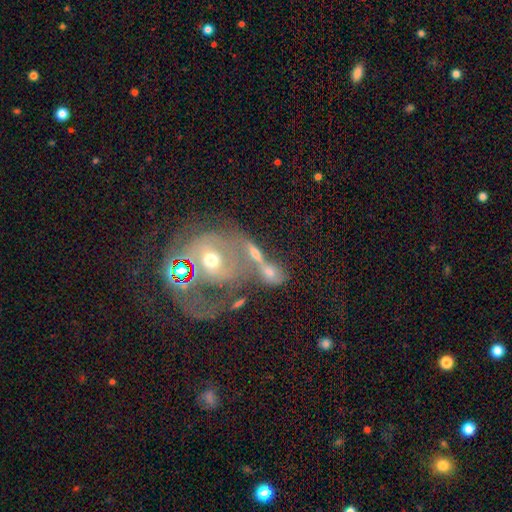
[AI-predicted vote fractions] Smooth or featured: featured or disk — 56% (smooth — 31%)
Edge-on disk: no — 90% (yes — 10%)
Bar: no — 68% (weak — 23%)
Spiral arms: yes — 51% (no — 49%)
Bulge size: moderate — 62% (small — 27%)
Merging: merger — 50% (none — 21%)